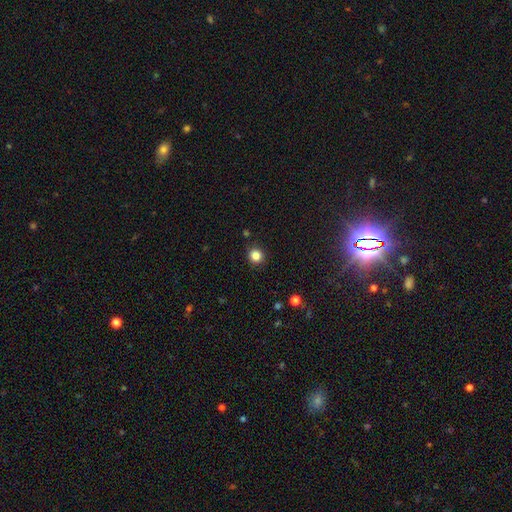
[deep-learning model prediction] smooth-or-featured: smooth: 84% | star or artifact: 12% | featured or disk: 4%
  how-rounded: round: 91% | in between: 8% | cigar-shaped: 1%
  merging: none: 91% | minor disturbance: 6% | major disturbance: 2% | merger: 1%